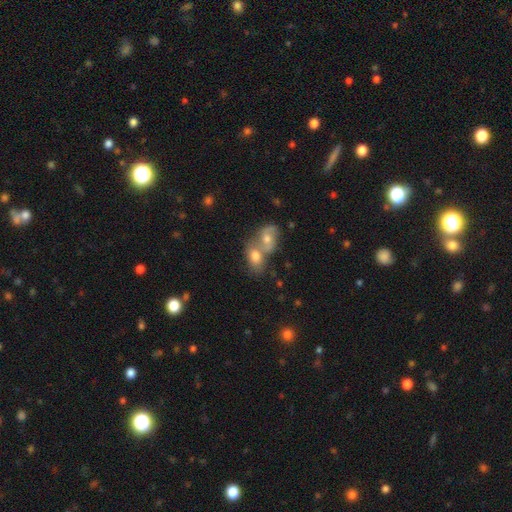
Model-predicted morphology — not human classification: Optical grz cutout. It shows a smooth galaxy with no disk features (68%) that is in between round and cigar-shaped (79%). Merging: merger (65%).